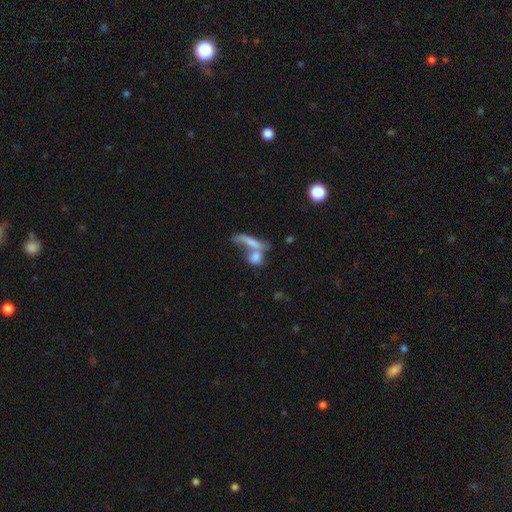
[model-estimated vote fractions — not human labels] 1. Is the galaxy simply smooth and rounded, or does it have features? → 64% smooth, 24% featured or disk, 12% star or artifact.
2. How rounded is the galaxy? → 46% in between, 33% cigar-shaped, 21% round.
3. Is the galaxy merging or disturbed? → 55% merger, 25% none, 11% major disturbance, 9% minor disturbance.